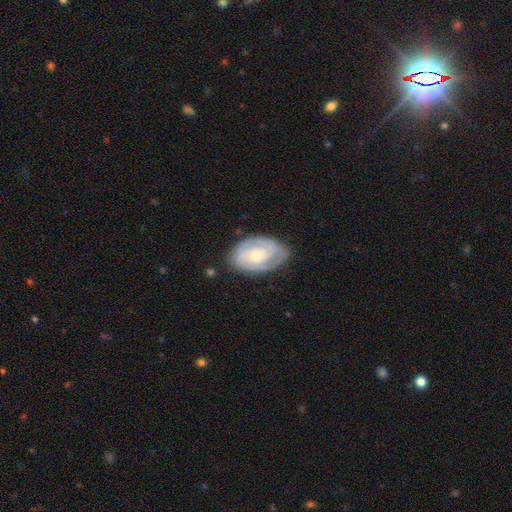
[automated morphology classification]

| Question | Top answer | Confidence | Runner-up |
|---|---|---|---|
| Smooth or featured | featured or disk | 76% | smooth (19%) |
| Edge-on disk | no | 96% | yes (4%) |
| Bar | no | 73% | weak (22%) |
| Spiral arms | yes | 88% | no (12%) |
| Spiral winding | tight | 68% | medium (26%) |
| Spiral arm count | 2 | 47% | can't tell (29%) |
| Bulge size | small | 63% | moderate (33%) |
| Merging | none | 75% | minor disturbance (18%) |